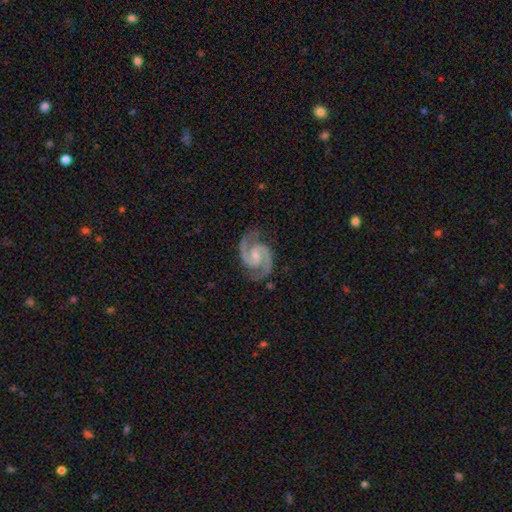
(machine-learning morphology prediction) Smooth or featured: featured or disk — 95% (star or artifact — 3%)
Edge-on disk: no — 99% (yes — 1%)
Bar: weak — 44% (no — 42%)
Spiral arms: yes — 99% (no — 1%)
Spiral winding: medium — 60% (tight — 33%)
Spiral arm count: 2 — 95% (3 — 1%)
Bulge size: small — 50% (moderate — 35%)
Merging: none — 83% (minor disturbance — 13%)